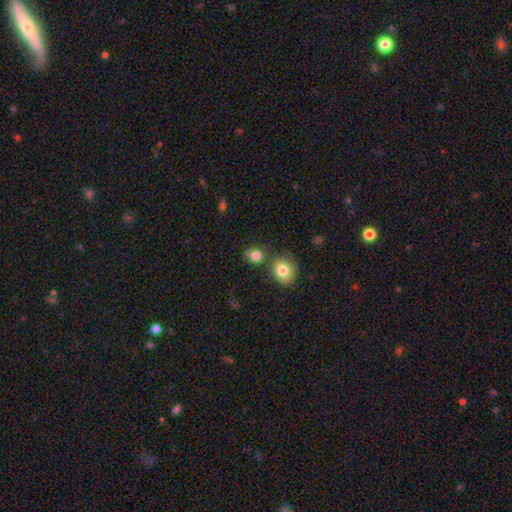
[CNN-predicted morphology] This is clearly a smooth galaxy (82%). How rounded: likely round (63%). Merging: likely none (63%).